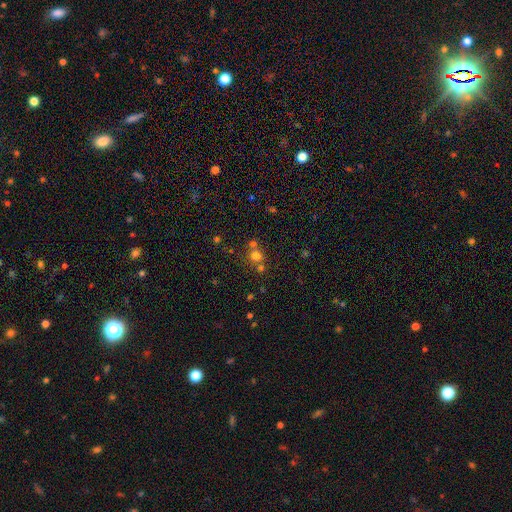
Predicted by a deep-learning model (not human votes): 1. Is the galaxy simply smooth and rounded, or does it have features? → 66% smooth, 23% star or artifact, 11% featured or disk.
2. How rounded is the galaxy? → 83% round, 16% in between, 1% cigar-shaped.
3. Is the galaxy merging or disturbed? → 55% none, 33% merger, 8% minor disturbance, 4% major disturbance.